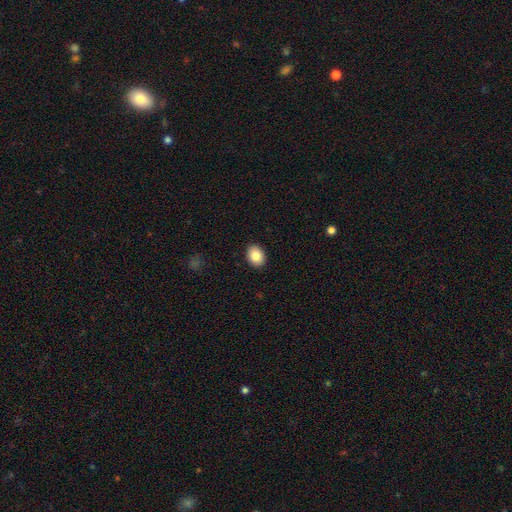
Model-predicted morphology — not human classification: smooth_or_featured: smooth (p=0.86) [alt: star or artifact p=0.08]
how_rounded: in between (p=0.64) [alt: round p=0.35]
merging: none (p=0.91) [alt: minor disturbance p=0.07]